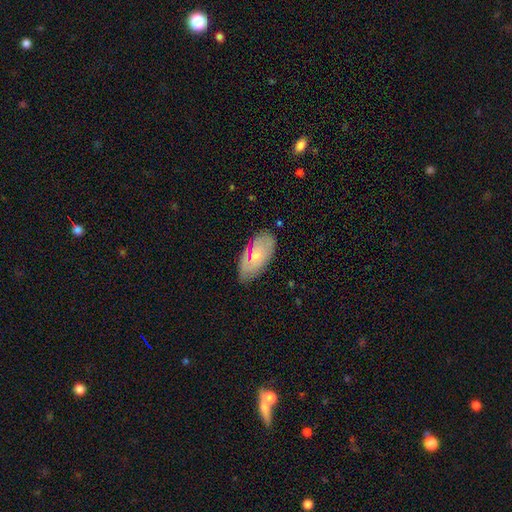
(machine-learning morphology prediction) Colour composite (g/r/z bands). It shows a smooth galaxy with no disk features (50%). Merging: none (75%).